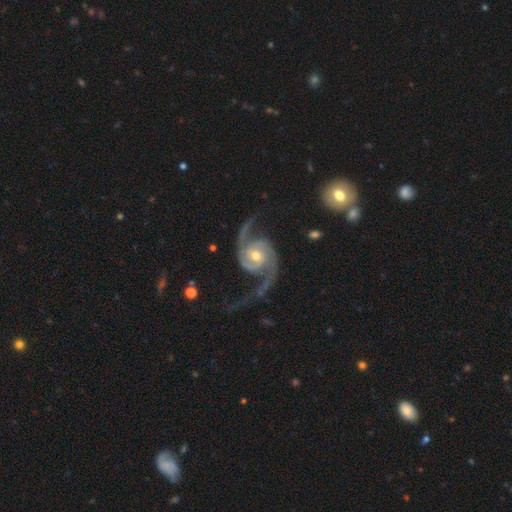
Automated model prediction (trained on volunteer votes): smooth_or_featured: featured or disk (p=0.93) [alt: star or artifact p=0.04]
disk_edge_on: no (p=0.98) [alt: yes p=0.02]
bar: no (p=0.56) [alt: weak p=0.32]
has_spiral_arms: yes (p=0.98) [alt: no p=0.02]
spiral_winding: loose (p=0.52) [alt: medium p=0.37]
spiral_arm_count: 2 (p=0.92) [alt: 3 p=0.02]
bulge_size: moderate (p=0.62) [alt: small p=0.32]
merging: none (p=0.67) [alt: minor disturbance p=0.15]